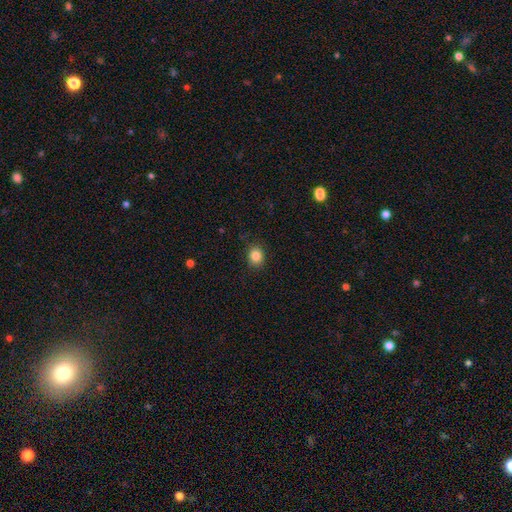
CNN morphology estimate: This appears to be a smooth galaxy with no disk features (85%) that is round (64%). Merging: none (87%).